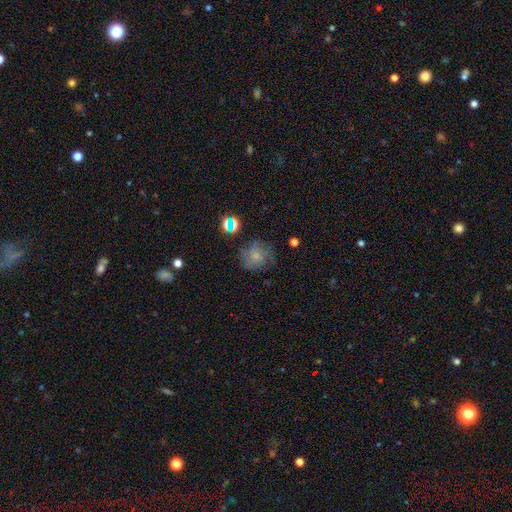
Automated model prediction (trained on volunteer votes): Overall: smooth (55%; featured or disk 28%). How rounded: round (83%). Merging: none (65%).